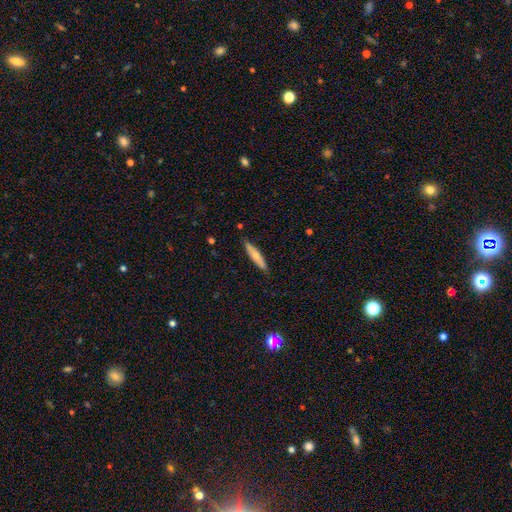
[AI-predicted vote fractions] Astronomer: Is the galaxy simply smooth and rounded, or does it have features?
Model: smooth — 63%.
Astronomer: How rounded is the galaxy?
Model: cigar-shaped — 82%.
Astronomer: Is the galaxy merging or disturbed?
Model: none — 86%.